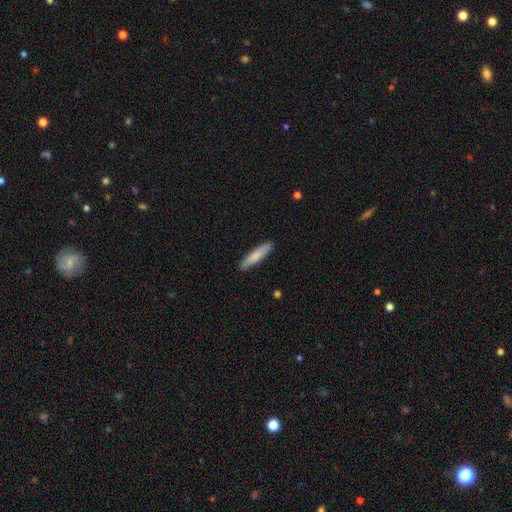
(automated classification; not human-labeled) smooth 80%, featured or disk 15%, star or artifact 5%. Down the decision tree: how rounded — cigar-shaped (85%); merging — none (89%).